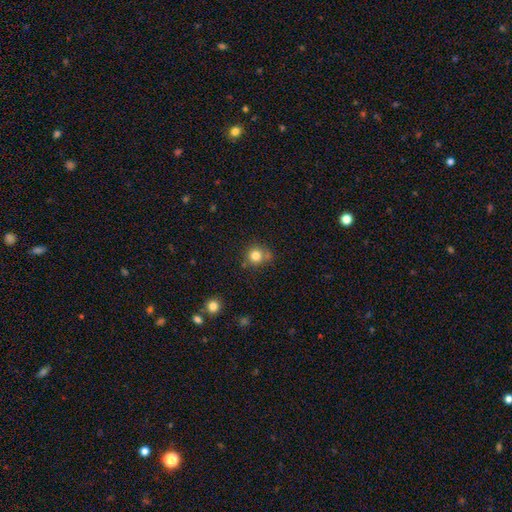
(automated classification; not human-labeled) A smooth galaxy with no disk features (80%) that is round (90%).

Vote fractions:
- Smooth or featured? smooth: 80% / star or artifact: 12% / featured or disk: 8%
- How rounded? round: 90% / in between: 9% / cigar-shaped: 1%
- Merging? none: 67% / minor disturbance: 15% / merger: 14% / major disturbance: 4%